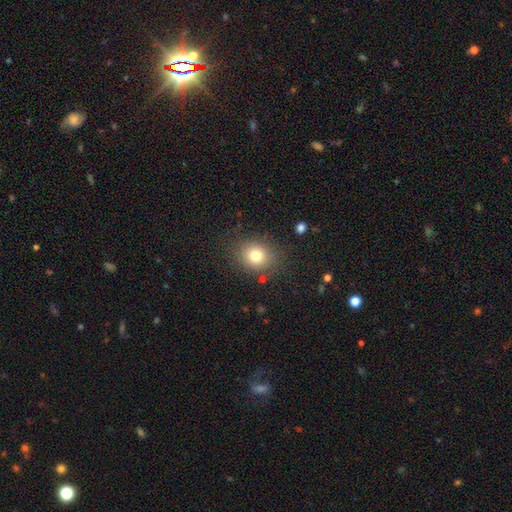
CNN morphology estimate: Smooth or featured? smooth (77%)
How rounded? round (74%)
Merging? none (84%)